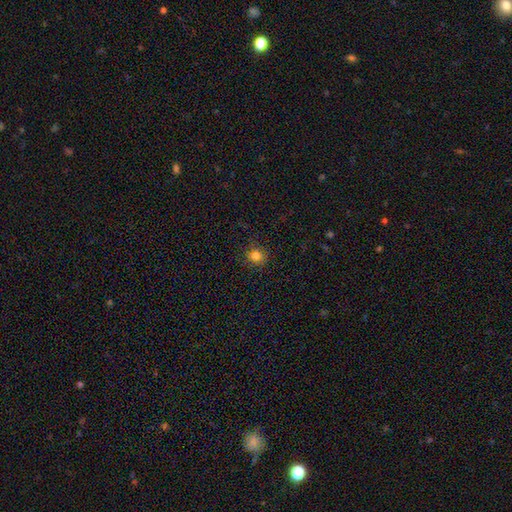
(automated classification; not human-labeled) smooth_or_featured: smooth (p=0.80) [alt: star or artifact p=0.14]
how_rounded: round (p=0.83) [alt: in between p=0.16]
merging: none (p=0.86) [alt: minor disturbance p=0.10]